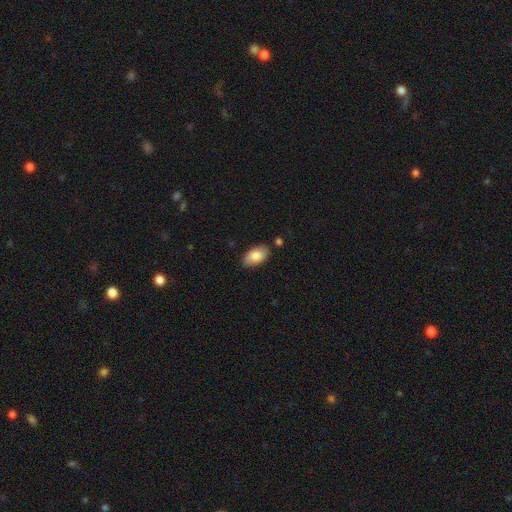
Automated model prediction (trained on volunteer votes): This is clearly a smooth galaxy (84%). How rounded: clearly in between (94%). Merging: likely none (80%).